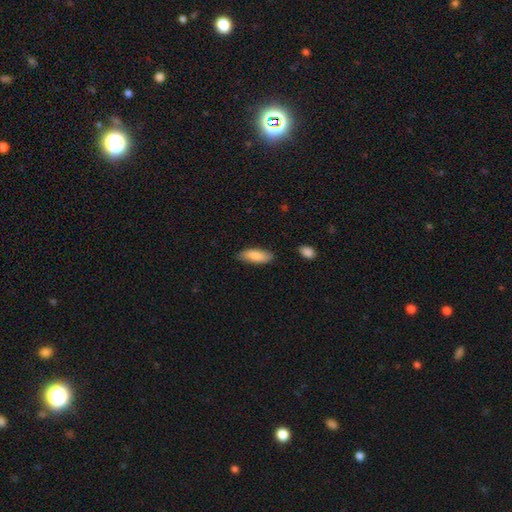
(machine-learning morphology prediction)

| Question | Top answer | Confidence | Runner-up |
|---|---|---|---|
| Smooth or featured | smooth | 84% | featured or disk (10%) |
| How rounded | in between | 72% | cigar-shaped (26%) |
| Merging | none | 83% | minor disturbance (13%) |